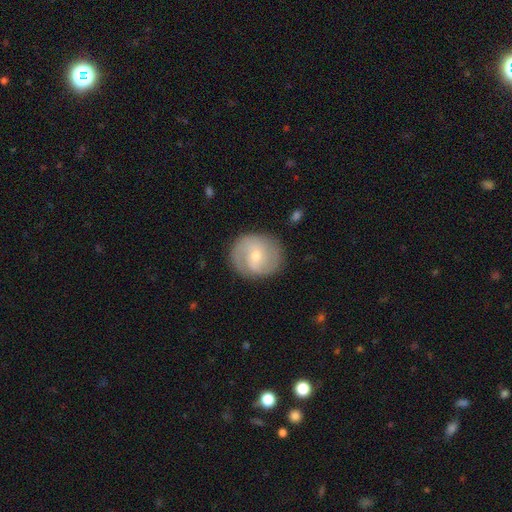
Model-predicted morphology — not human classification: featured or disk 71%, smooth 22%, star or artifact 6%. Down the decision tree: edge-on disk — no (97%); bar — no (45%); spiral arms — yes (89%); spiral arm count — 2 (71%); spiral winding — tight (44%); bulge size — small (53%); merging — none (83%).